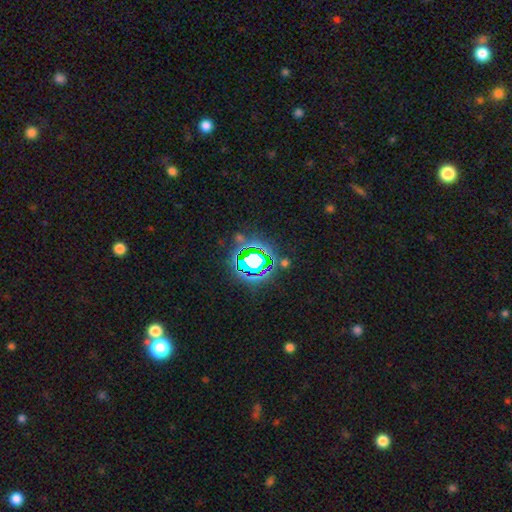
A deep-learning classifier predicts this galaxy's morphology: Q: Smooth or featured?
A: star or artifact (72%); runner-up: smooth (16%)